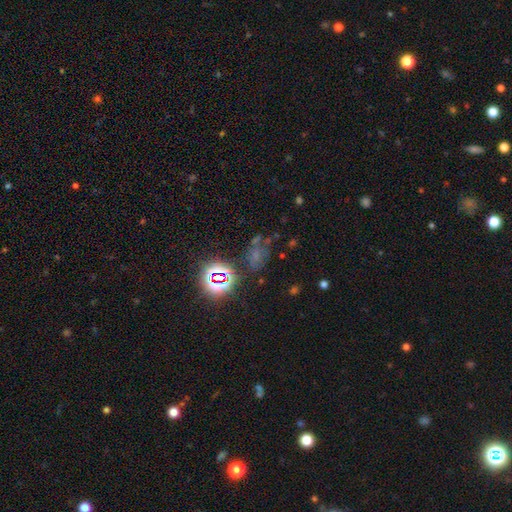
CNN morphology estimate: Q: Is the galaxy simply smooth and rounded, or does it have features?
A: star or artifact — 52%.